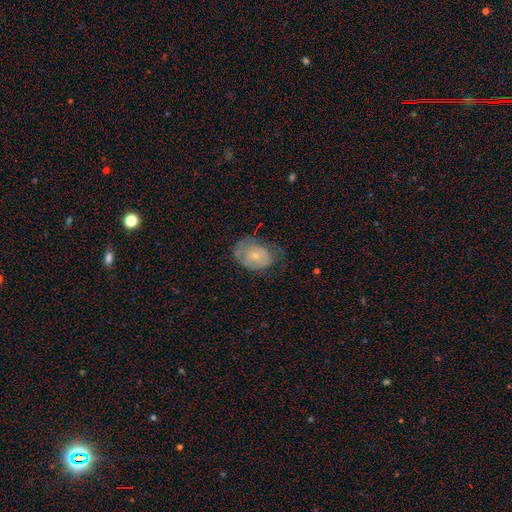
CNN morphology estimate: Overall: smooth (50%; featured or disk 42%). How rounded: in between (68%; round 31%). Merging: none (48%; minor disturbance 32%).